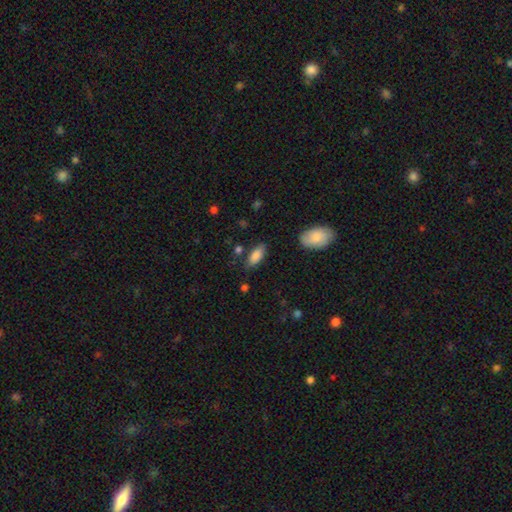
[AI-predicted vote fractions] A smooth galaxy with no disk features (85%) that is in between round and cigar-shaped (84%).

Vote fractions:
- Smooth or featured? smooth: 85% / featured or disk: 8% / star or artifact: 7%
- How rounded? in between: 84% / cigar-shaped: 13% / round: 2%
- Merging? none: 80% / minor disturbance: 14% / major disturbance: 3% / merger: 3%